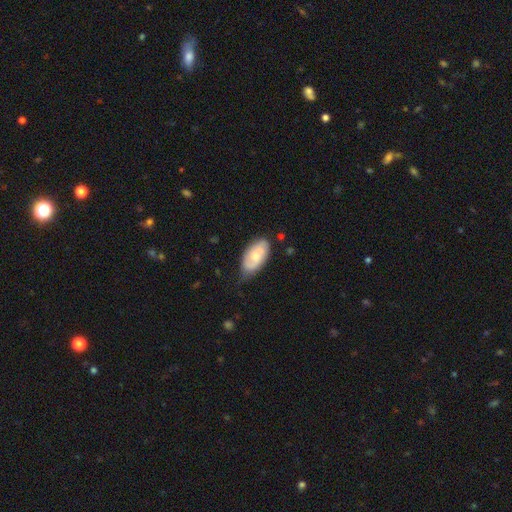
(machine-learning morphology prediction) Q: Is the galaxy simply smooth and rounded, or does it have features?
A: featured or disk — 48%.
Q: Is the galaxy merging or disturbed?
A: none — 60%.